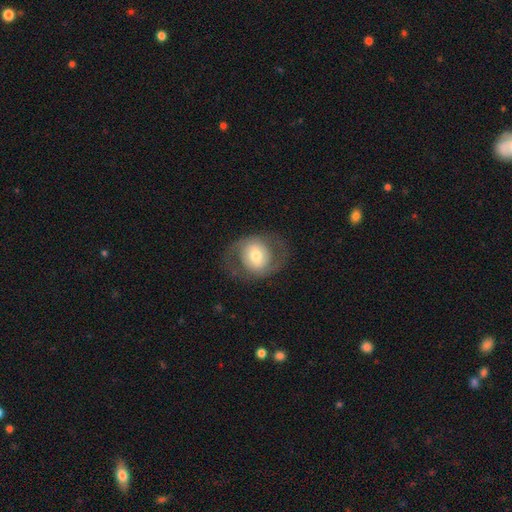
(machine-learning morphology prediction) smooth-or-featured: featured or disk: 53% | smooth: 40% | star or artifact: 7%
  disk-edge-on: no: 95% | yes: 5%
    bar: no: 57% | weak: 28% | strong: 15%
    has-spiral-arms: no: 51% | yes: 49%
    bulge-size: moderate: 62% | small: 18% | large: 16% | dominant: 2% | none: 1%
  merging: none: 73% | minor disturbance: 14% | major disturbance: 12% | merger: 1%